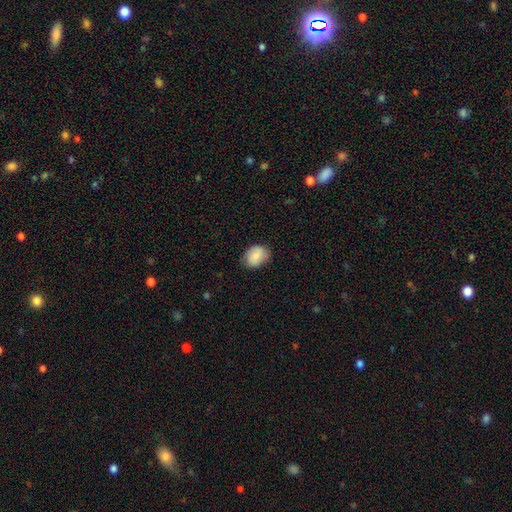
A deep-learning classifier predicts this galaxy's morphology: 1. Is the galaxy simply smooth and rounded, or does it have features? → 83% smooth, 11% featured or disk, 7% star or artifact.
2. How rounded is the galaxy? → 69% in between, 31% round, 1% cigar-shaped.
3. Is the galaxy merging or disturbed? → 72% none, 22% minor disturbance, 4% major disturbance, 1% merger.